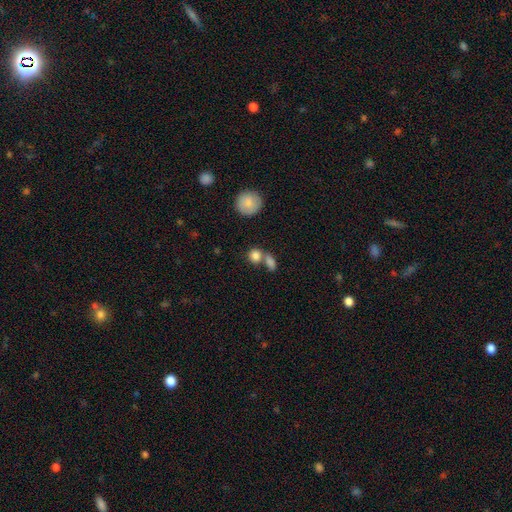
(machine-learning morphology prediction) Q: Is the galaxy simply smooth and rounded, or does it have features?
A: smooth — 83%.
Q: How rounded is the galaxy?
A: round — 73%.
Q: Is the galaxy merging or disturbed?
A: none — 44%, tied with merger.